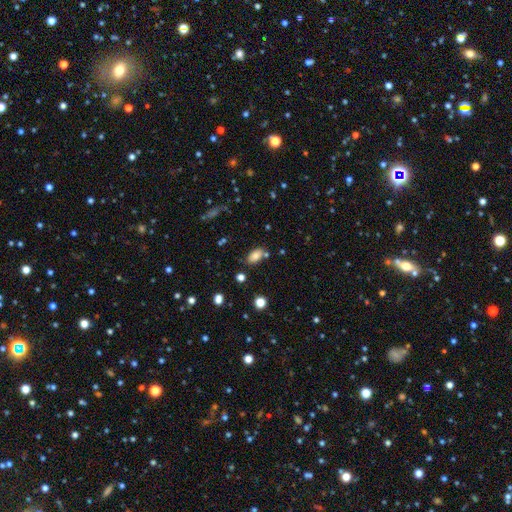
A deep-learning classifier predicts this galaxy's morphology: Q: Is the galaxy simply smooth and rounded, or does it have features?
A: smooth — 80%.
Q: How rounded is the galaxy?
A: in between — 91%.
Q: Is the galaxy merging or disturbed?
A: none — 73%.